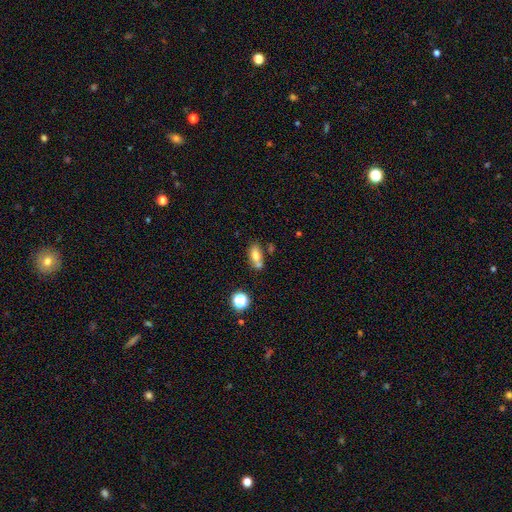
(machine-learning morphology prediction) This appears to be a smooth galaxy with no disk features (71%) that is in between round and cigar-shaped (79%). Merging: none (50%).